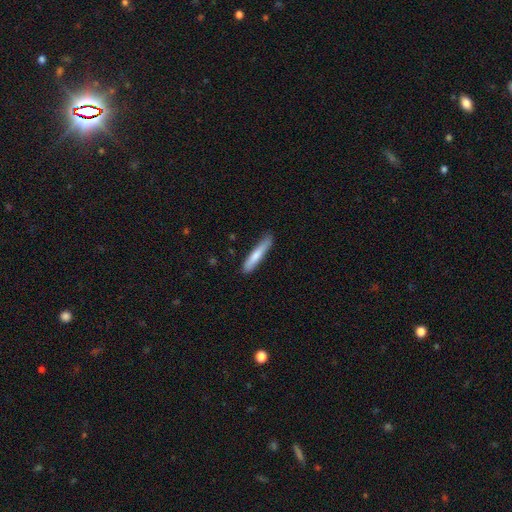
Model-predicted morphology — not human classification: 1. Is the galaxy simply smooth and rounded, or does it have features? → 75% smooth, 20% featured or disk, 5% star or artifact.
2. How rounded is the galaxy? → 92% cigar-shaped, 7% in between, 1% round.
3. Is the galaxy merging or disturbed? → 79% none, 17% minor disturbance, 3% major disturbance, 1% merger.